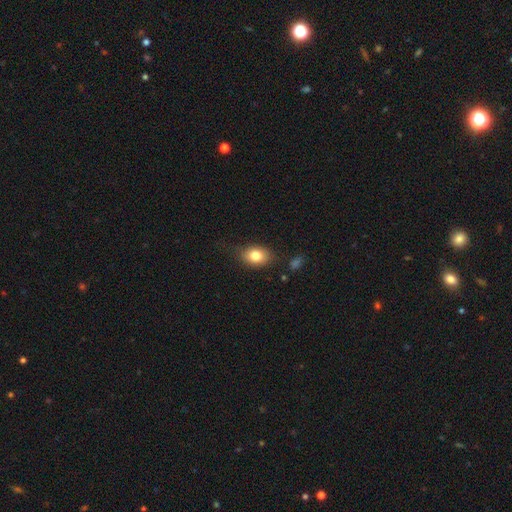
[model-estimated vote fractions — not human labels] Overall: smooth (80%). How rounded: in between (70%). Merging: none (75%).